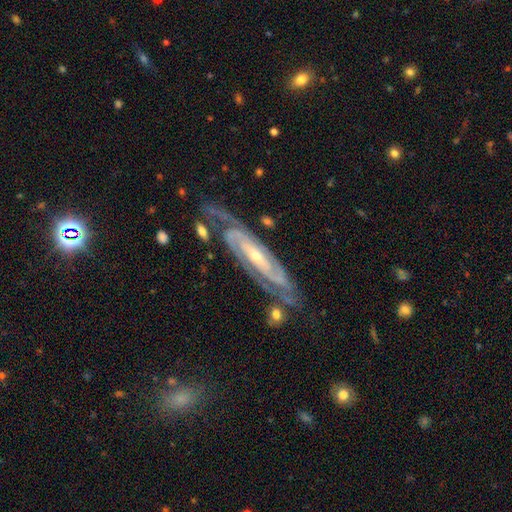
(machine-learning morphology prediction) smooth_or_featured: featured or disk (p=0.90) [alt: star or artifact p=0.05]
disk_edge_on: no (p=0.84) [alt: yes p=0.16]
bar: no (p=0.36) [alt: weak p=0.33]
has_spiral_arms: yes (p=0.97) [alt: no p=0.03]
spiral_winding: tight (p=0.64) [alt: medium p=0.30]
spiral_arm_count: 2 (p=0.63) [alt: can't tell p=0.14]
bulge_size: small (p=0.64) [alt: moderate p=0.33]
merging: none (p=0.72) [alt: minor disturbance p=0.18]